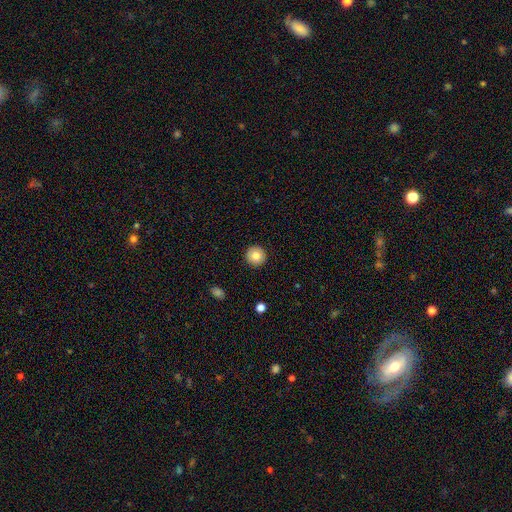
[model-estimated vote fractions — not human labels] Smooth or featured: smooth — 83% (featured or disk — 9%)
How rounded: round — 96% (in between — 3%)
Merging: none — 93% (minor disturbance — 5%)